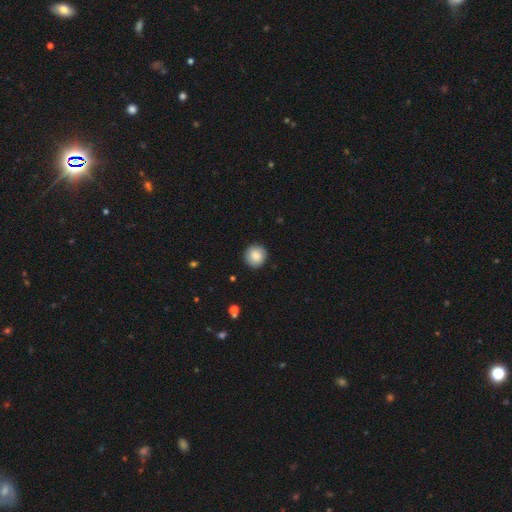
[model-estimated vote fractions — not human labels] A smooth galaxy with no disk features (84%) that is round (94%). Merging: none (89%).